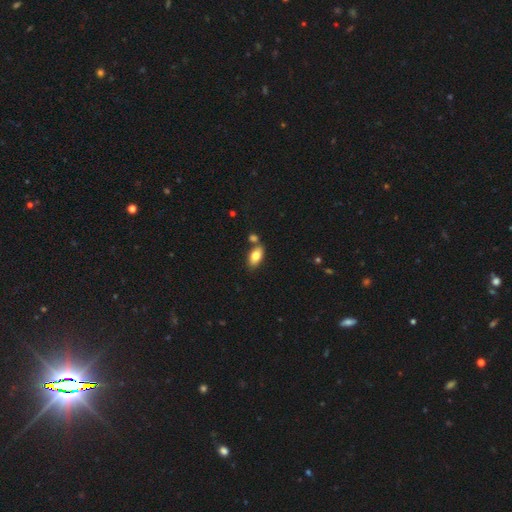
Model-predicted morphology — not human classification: Smooth or featured?
  - smooth: 79% *
  - featured or disk: 14%
  - star or artifact: 7%
How rounded?
  - in between: 91% *
  - cigar-shaped: 5%
  - round: 4%
Merging?
  - none: 68% *
  - merger: 17%
  - minor disturbance: 12%
  - major disturbance: 3%